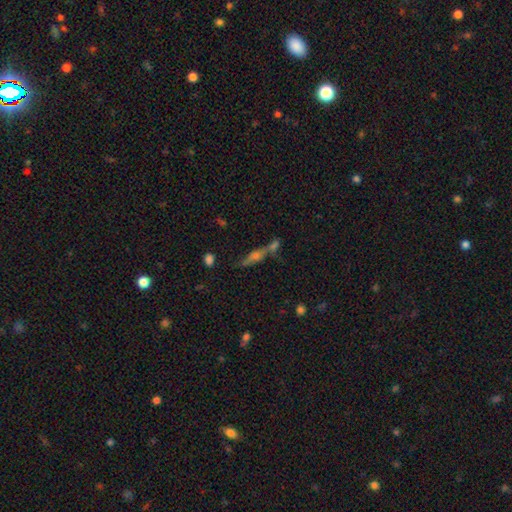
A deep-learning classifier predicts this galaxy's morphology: This appears to be a featured or disk galaxy (53%) viewed edge-on (83%). Merging: none (53%).